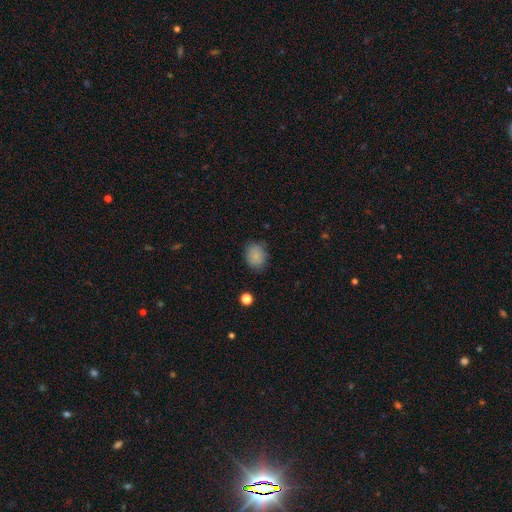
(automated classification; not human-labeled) Overall: smooth (85%). How rounded: round (57%; in between 42%). Merging: none (81%).